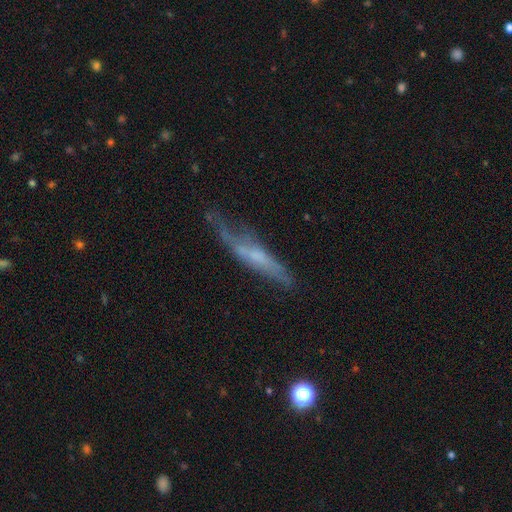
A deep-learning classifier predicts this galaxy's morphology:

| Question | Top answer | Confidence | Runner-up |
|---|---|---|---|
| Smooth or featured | featured or disk | 56% | smooth (35%) |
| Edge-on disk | yes | 64% | no (36%) |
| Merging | none | 43% | minor disturbance (31%) |